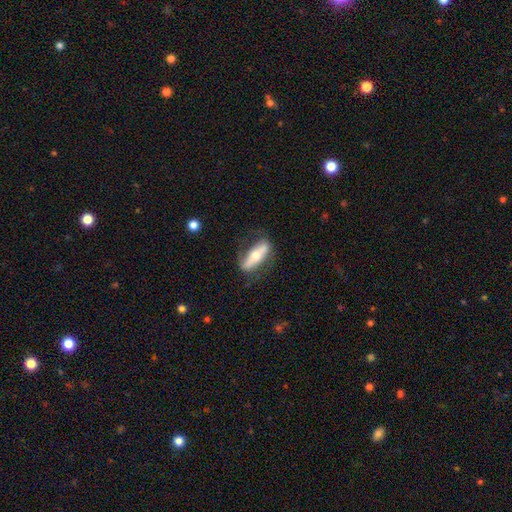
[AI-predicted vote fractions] Morphology: type=featured or disk (56%); edge-on=no (51%); merging=none (71%).